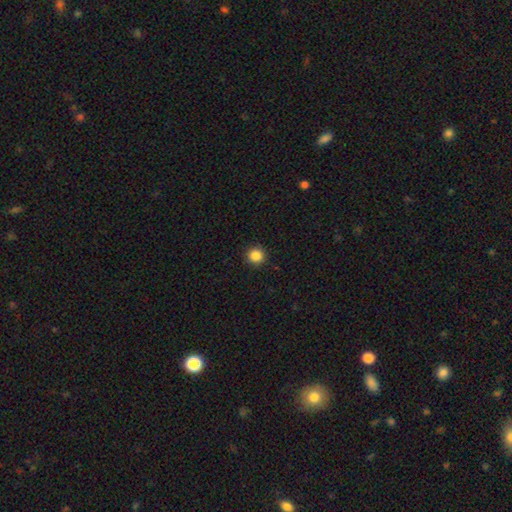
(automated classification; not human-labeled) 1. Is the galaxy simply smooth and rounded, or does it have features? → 86% smooth, 11% star or artifact, 3% featured or disk.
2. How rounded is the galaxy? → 94% round, 6% in between, 1% cigar-shaped.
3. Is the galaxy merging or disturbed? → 92% none, 5% minor disturbance, 2% major disturbance, 1% merger.